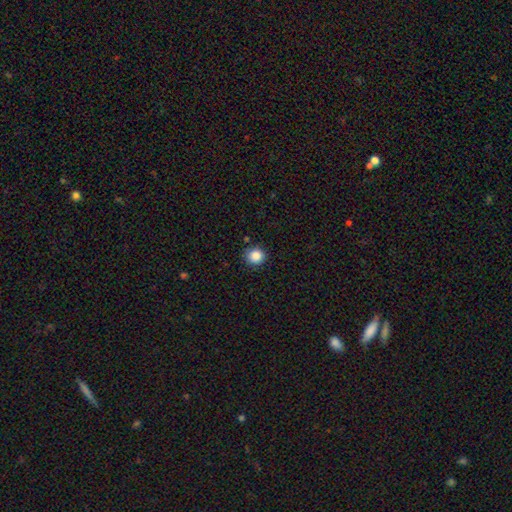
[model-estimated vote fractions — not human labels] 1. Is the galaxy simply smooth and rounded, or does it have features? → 86% smooth, 11% star or artifact, 4% featured or disk.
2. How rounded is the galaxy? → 91% round, 8% in between, 1% cigar-shaped.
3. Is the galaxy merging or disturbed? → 87% none, 9% minor disturbance, 2% major disturbance, 2% merger.